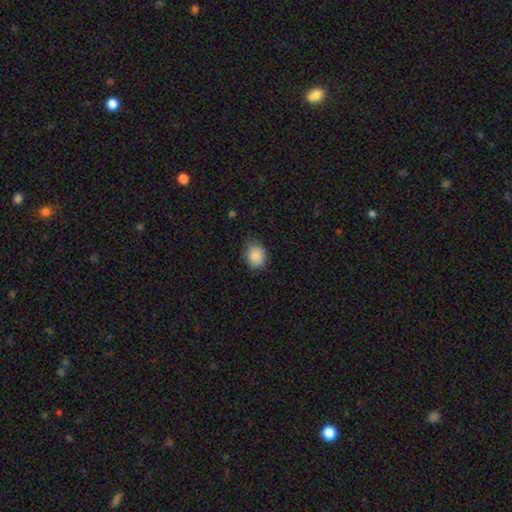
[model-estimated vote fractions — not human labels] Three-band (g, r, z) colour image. It shows a smooth galaxy with no disk features (88%) that is round (54%). Merging: none (74%).